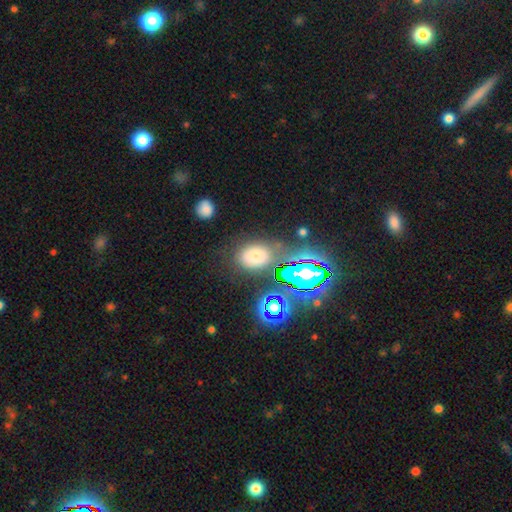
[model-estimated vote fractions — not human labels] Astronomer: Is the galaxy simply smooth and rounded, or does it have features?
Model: smooth — 66%.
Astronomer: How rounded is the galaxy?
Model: in between — 76%.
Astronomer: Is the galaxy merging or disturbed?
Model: none — 71%.